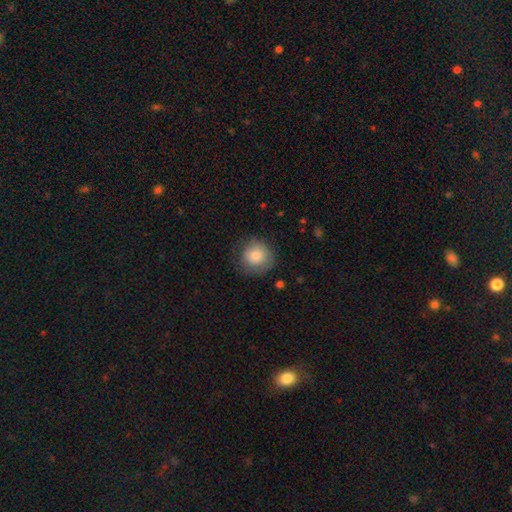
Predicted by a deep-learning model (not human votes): Smooth or featured? Predicted: smooth (p=0.84). How rounded? Predicted: round (p=0.91). Merging? Predicted: none (p=0.76).